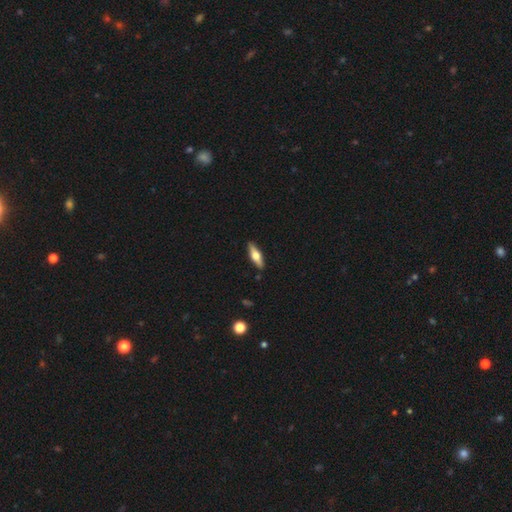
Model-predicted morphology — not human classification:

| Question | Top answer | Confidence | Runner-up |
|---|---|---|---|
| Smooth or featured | featured or disk | 48% | smooth (46%) |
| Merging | none | 89% | minor disturbance (8%) |